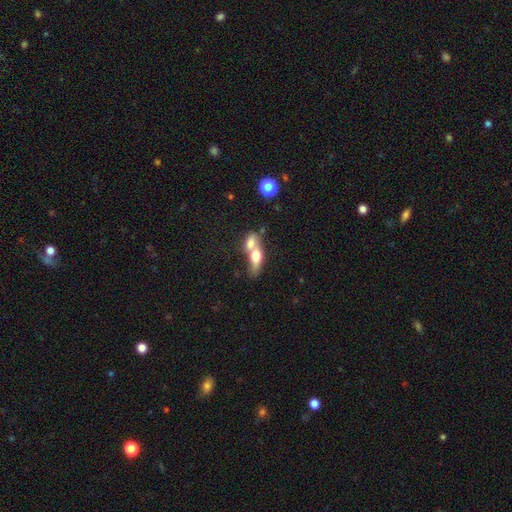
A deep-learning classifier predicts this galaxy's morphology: Smooth or featured? smooth (62%)
How rounded? in between (61%)
Merging? merger (72%)